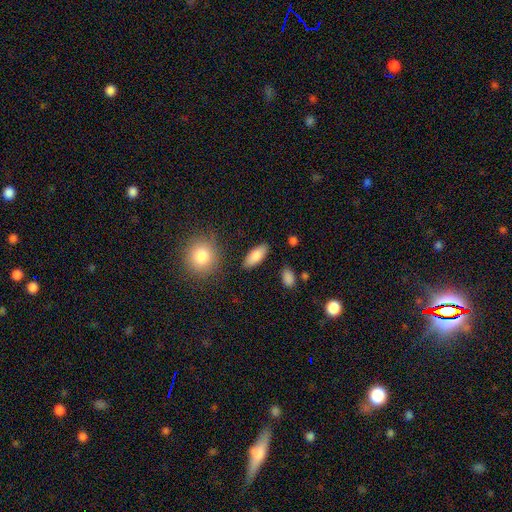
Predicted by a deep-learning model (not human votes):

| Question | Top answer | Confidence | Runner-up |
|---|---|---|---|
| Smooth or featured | smooth | 83% | featured or disk (11%) |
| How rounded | in between | 79% | cigar-shaped (18%) |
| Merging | none | 86% | minor disturbance (9%) |